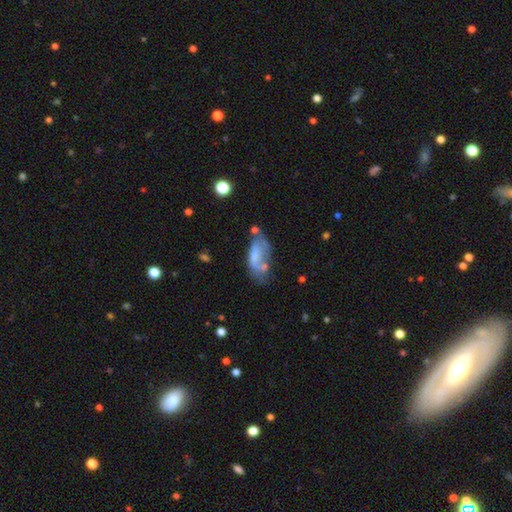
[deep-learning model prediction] This appears to be a smooth galaxy with no disk features (47%). Merging: none (30%).